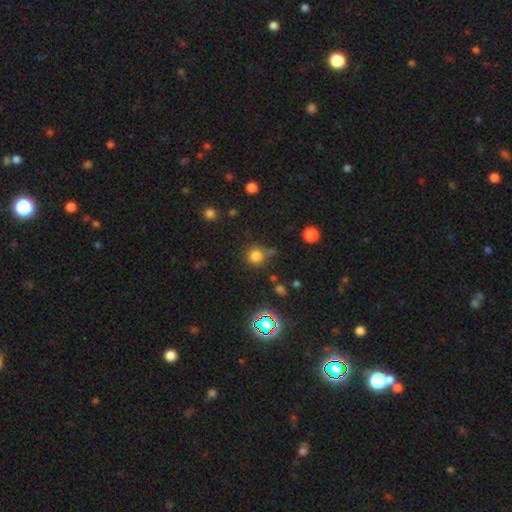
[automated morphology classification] smooth-or-featured: smooth: 77% | star or artifact: 18% | featured or disk: 6%
  how-rounded: round: 92% | in between: 7% | cigar-shaped: 1%
  merging: none: 69% | minor disturbance: 15% | merger: 9% | major disturbance: 7%